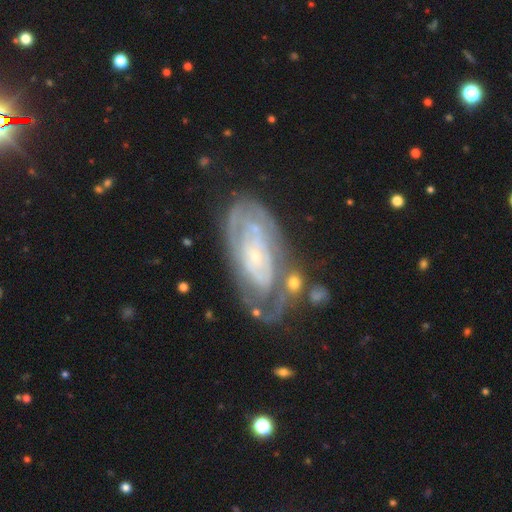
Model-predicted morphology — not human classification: Smooth or featured?
  - featured or disk: 81% *
  - smooth: 13%
  - star or artifact: 6%
Edge-on disk?
  - no: 94% *
  - yes: 6%
Bar?
  - no: 76% *
  - weak: 18%
  - strong: 7%
Spiral arms?
  - yes: 84% *
  - no: 16%
Spiral winding?
  - tight: 75% *
  - medium: 19%
  - loose: 6%
Spiral arm count?
  - can't tell: 53% *
  - 2: 20%
  - 3: 10%
  - 4: 6%
  - 1: 6%
  - more than 4: 5%
Bulge size?
  - small: 83% *
  - moderate: 11%
  - none: 2%
  - large: 2%
  - dominant: 1%
Merging?
  - none: 55% *
  - minor disturbance: 21%
  - major disturbance: 14%
  - merger: 10%